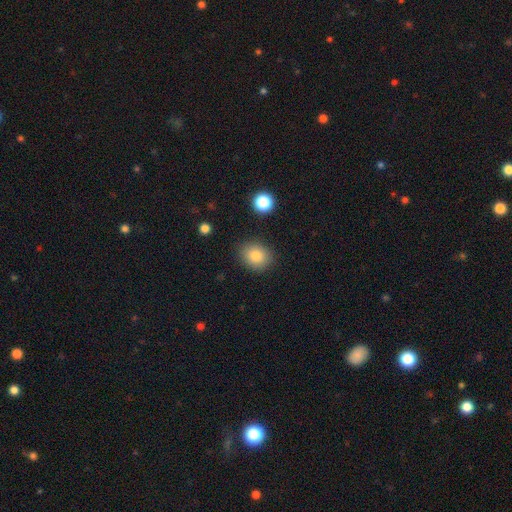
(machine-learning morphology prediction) Smooth or featured: smooth — 84% (star or artifact — 10%)
How rounded: round — 60% (in between — 39%)
Merging: none — 85% (minor disturbance — 10%)